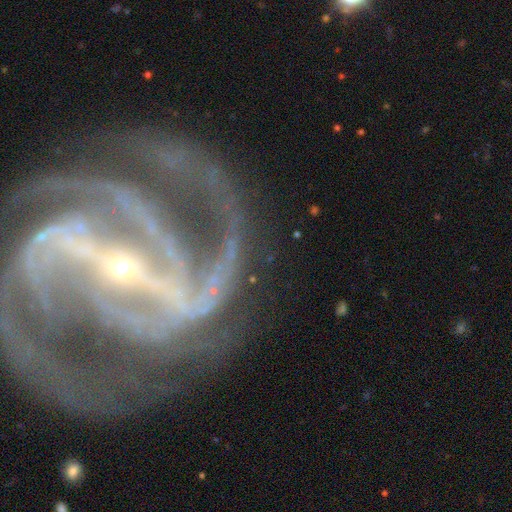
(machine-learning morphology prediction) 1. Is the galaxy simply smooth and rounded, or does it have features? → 93% featured or disk, 5% star or artifact, 2% smooth.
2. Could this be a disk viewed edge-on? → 98% no, 2% yes.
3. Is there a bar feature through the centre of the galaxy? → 80% strong, 13% weak, 7% no.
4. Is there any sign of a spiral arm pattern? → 98% yes, 2% no.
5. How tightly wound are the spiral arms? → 51% medium, 38% tight, 11% loose.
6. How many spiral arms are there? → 27% 3, 26% 2, 18% 4, 11% can't tell, 9% more than 4, 9% 1.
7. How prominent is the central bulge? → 89% small, 7% moderate, 1% none, 1% large, 1% dominant.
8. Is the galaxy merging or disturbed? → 62% none, 18% minor disturbance, 16% major disturbance, 3% merger.